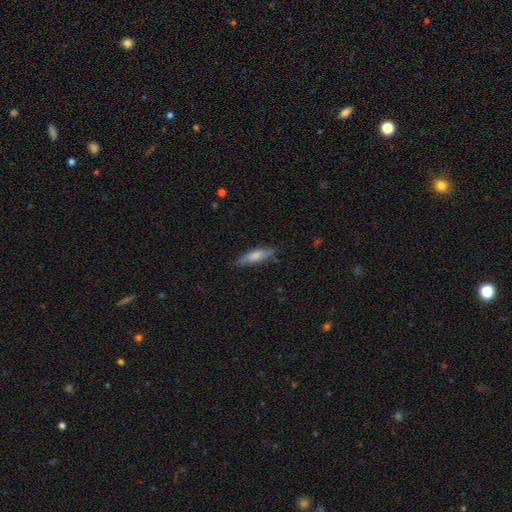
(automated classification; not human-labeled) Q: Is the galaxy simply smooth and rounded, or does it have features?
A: smooth — 73%.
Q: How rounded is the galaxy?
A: cigar-shaped — 59%.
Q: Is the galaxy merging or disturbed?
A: none — 78%.